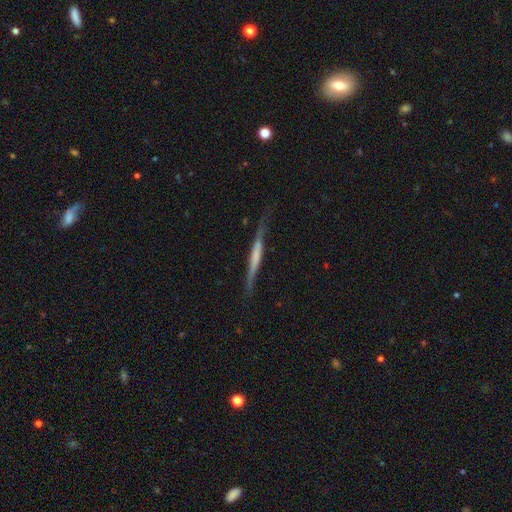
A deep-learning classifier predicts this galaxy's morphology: Q: Smooth or featured?
A: featured or disk (60%); runner-up: smooth (34%)
Q: Edge-on disk?
A: yes (94%); runner-up: no (6%)
Q: Edge-on bulge?
A: none (53%); runner-up: boxy (25%)
Q: Merging?
A: none (72%); runner-up: minor disturbance (20%)